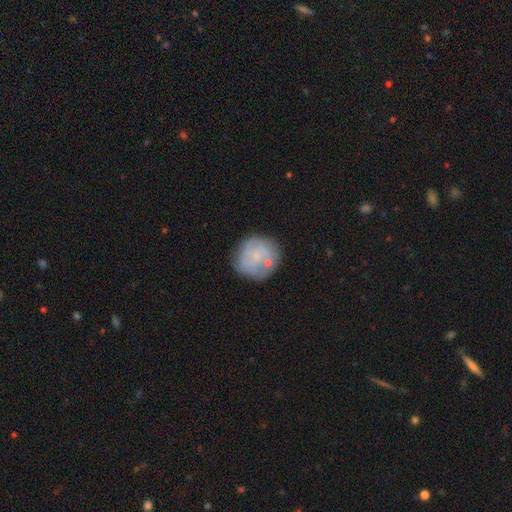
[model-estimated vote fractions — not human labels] featured or disk 47%, smooth 45%, star or artifact 8%. Down the decision tree: merging — none (67%).